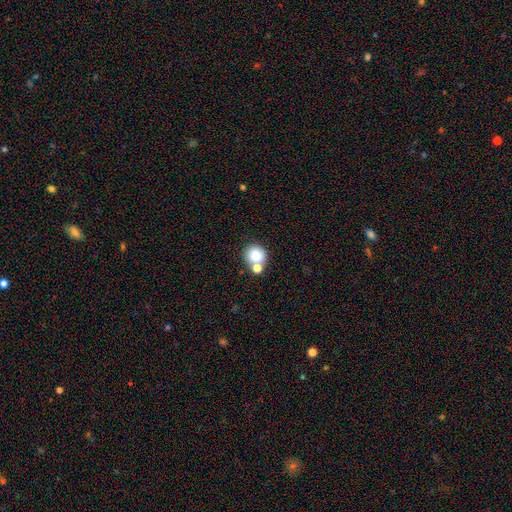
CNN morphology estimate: A smooth galaxy with no disk features (79%) that is round (86%). Merging: none (52%).